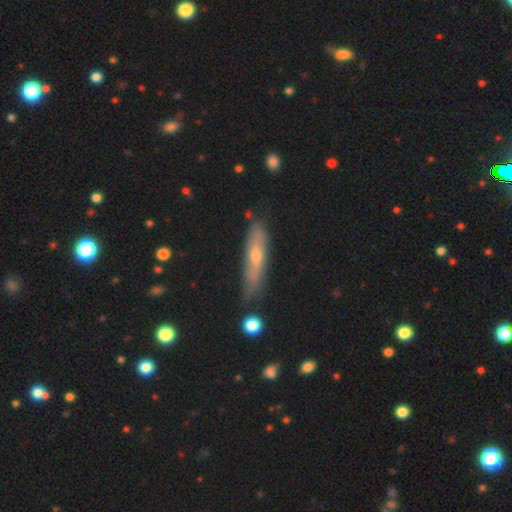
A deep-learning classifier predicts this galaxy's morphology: type=featured or disk (47%); merging=none (74%).